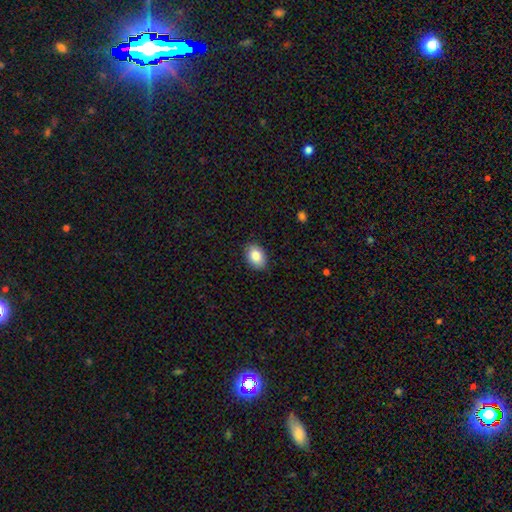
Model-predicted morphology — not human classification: smooth 86%, featured or disk 7%, star or artifact 7%. Down the decision tree: how rounded — in between (84%); merging — none (87%).